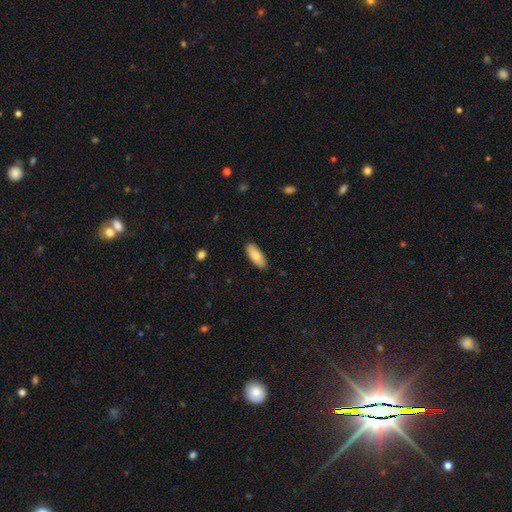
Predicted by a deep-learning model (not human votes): This is clearly a smooth galaxy (82%). How rounded: likely in between (78%). Merging: clearly none (88%).